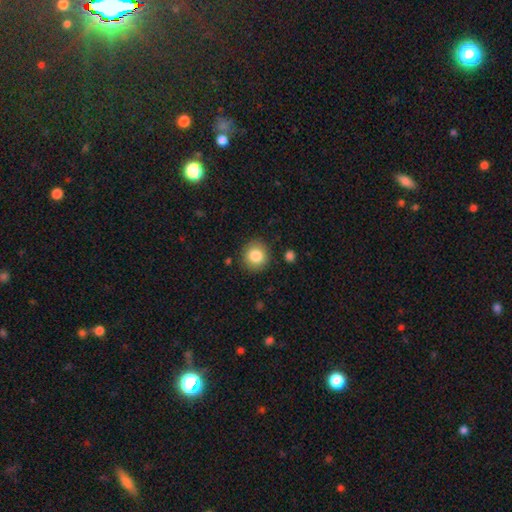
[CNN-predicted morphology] Smooth or featured? Predicted: smooth (p=0.84). How rounded? Predicted: round (p=0.90). Merging? Predicted: none (p=0.88).